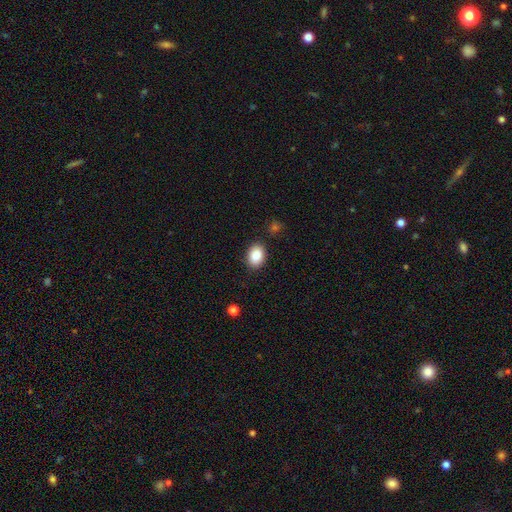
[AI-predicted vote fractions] Smooth or featured? Predicted: smooth (p=0.86). How rounded? Predicted: in between (p=0.74). Merging? Predicted: none (p=0.87).